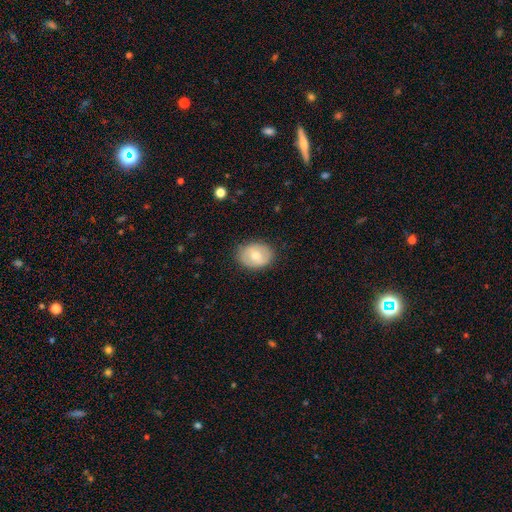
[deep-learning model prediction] Smooth or featured?
  - smooth: 63% *
  - featured or disk: 30%
  - star or artifact: 7%
How rounded?
  - in between: 59% *
  - round: 40%
  - cigar-shaped: 1%
Merging?
  - none: 81% *
  - minor disturbance: 14%
  - major disturbance: 3%
  - merger: 1%